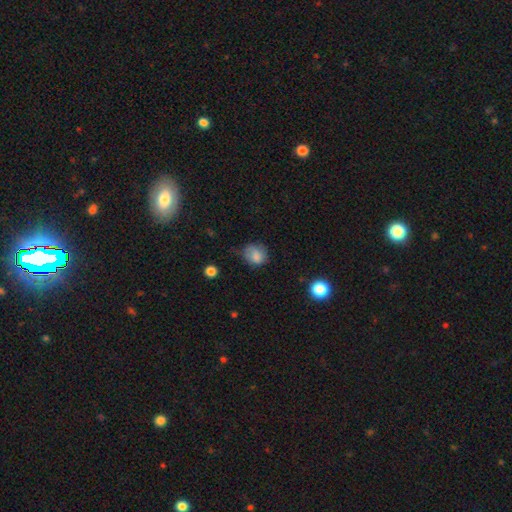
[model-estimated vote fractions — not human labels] smooth-or-featured: smooth: 82% | star or artifact: 10% | featured or disk: 8%
  how-rounded: round: 65% | in between: 34% | cigar-shaped: 1%
  merging: none: 55% | minor disturbance: 33% | major disturbance: 11% | merger: 2%